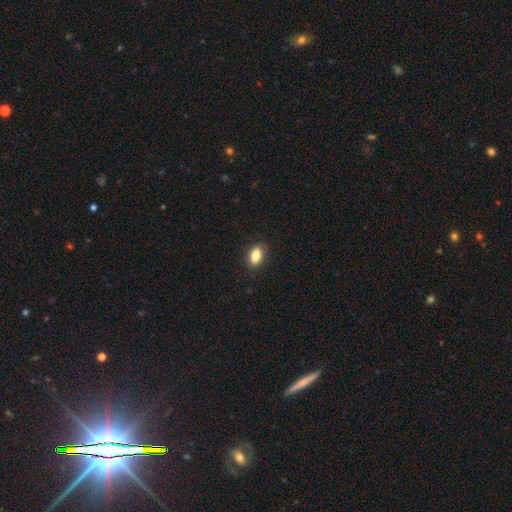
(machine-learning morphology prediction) This is clearly a smooth galaxy (81%). How rounded: clearly in between (85%). Merging: clearly none (87%).